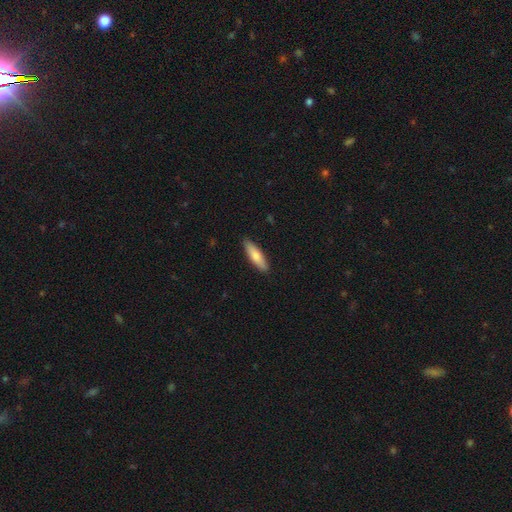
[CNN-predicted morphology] Smooth or featured: smooth — 76% (featured or disk — 19%)
How rounded: cigar-shaped — 62% (in between — 36%)
Merging: none — 89% (minor disturbance — 9%)